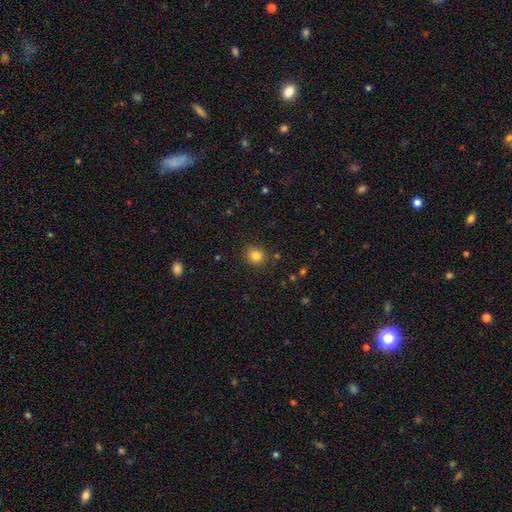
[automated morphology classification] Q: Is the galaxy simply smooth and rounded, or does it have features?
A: smooth — 82%.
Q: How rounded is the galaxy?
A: round — 79%.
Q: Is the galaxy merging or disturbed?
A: none — 86%.